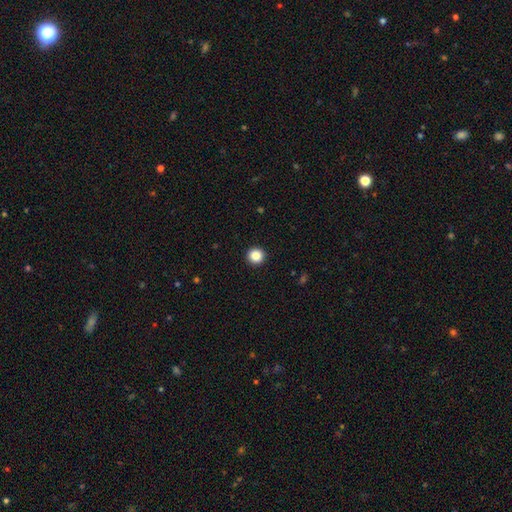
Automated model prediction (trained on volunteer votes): Smooth or featured? smooth (87%)
How rounded? round (96%)
Merging? none (94%)